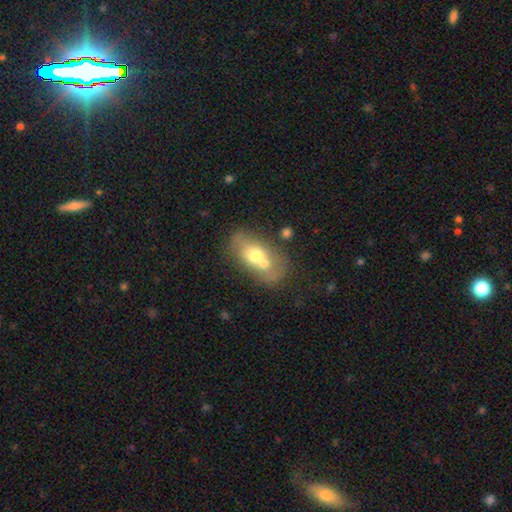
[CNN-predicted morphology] type=smooth (60%); roundness=in between (79%); merging=merger (50%).